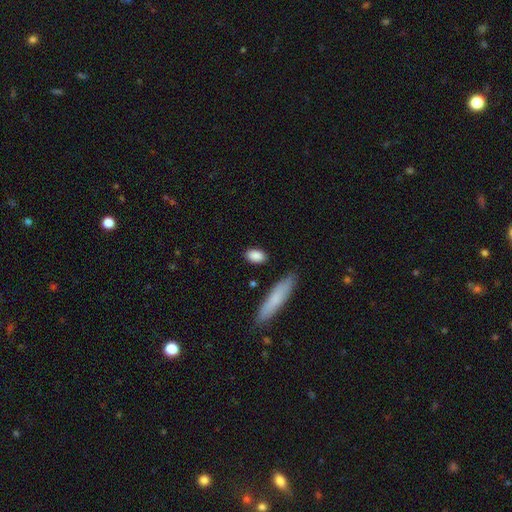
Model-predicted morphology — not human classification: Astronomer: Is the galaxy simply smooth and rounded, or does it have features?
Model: smooth — 88%.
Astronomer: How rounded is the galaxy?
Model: in between — 86%.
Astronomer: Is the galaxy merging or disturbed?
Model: none — 83%.